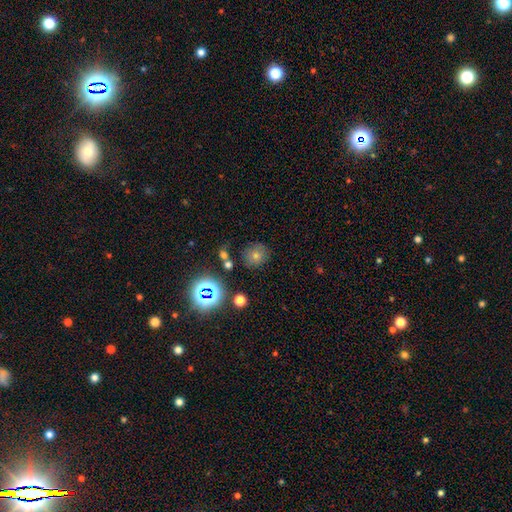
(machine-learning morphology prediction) Smooth or featured? smooth (55%)
How rounded? round (83%)
Merging? none (78%)